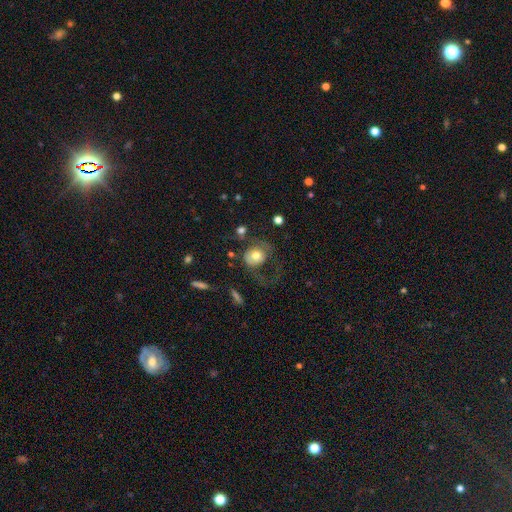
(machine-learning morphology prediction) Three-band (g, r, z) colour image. It shows a smooth galaxy with no disk features (61%) that is round (67%). Merging: major disturbance (50%).